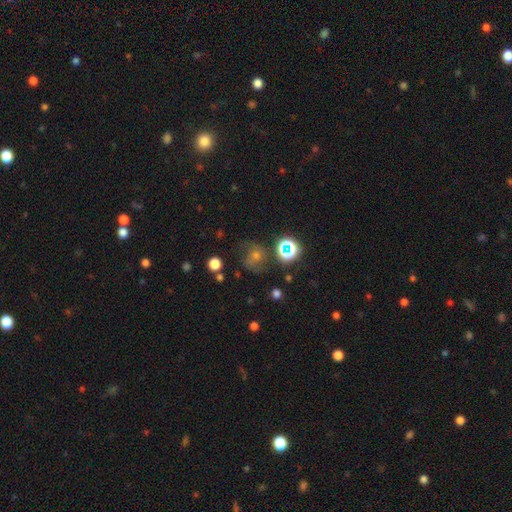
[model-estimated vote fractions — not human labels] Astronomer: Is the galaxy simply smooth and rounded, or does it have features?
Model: star or artifact — 43% (runner-up: featured or disk, 29%).